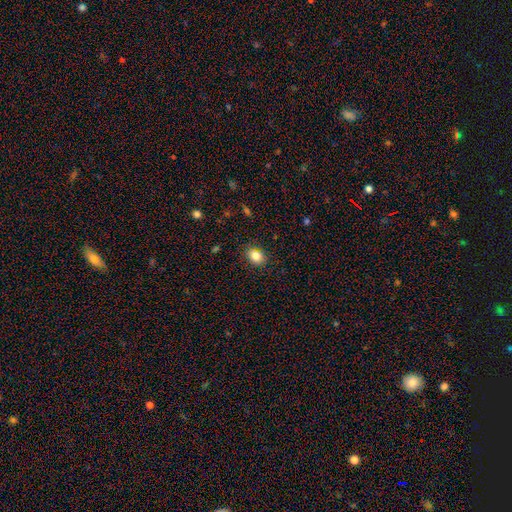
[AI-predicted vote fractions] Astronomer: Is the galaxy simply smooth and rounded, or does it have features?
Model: smooth — 84%.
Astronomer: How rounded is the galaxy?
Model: in between — 62%.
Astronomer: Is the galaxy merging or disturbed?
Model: none — 86%.